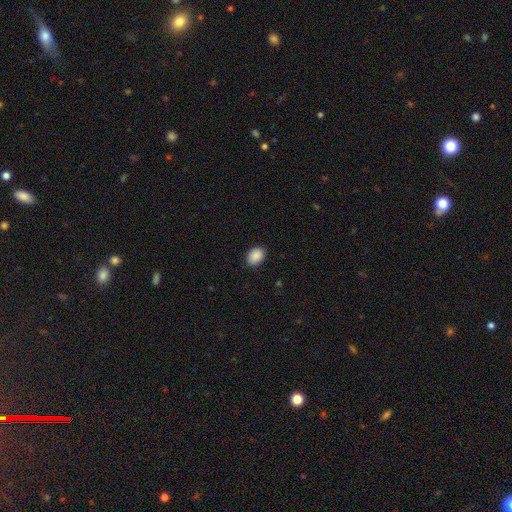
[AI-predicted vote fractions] Smooth or featured: smooth — 90% (star or artifact — 7%)
How rounded: in between — 75% (round — 24%)
Merging: none — 88% (minor disturbance — 9%)